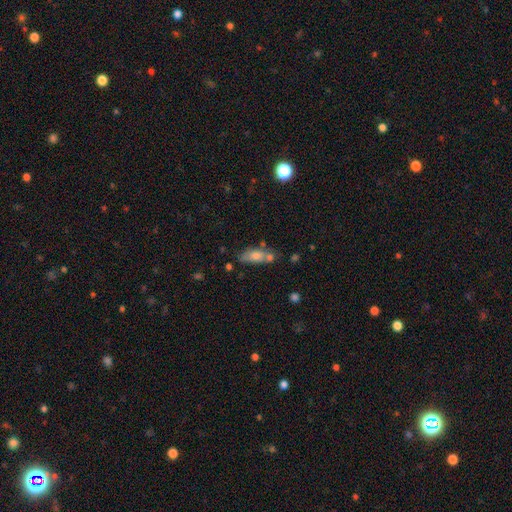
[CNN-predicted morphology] The model was most divided on "merging": none: 49%, merger: 24%, minor disturbance: 20%, major disturbance: 7%. More confident: how rounded — in between (74%); smooth or featured — smooth (72%).